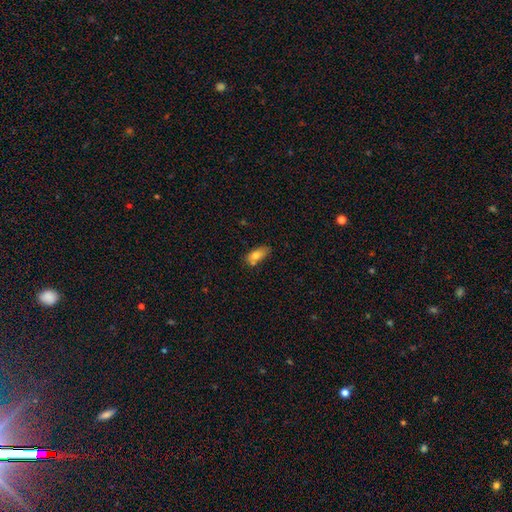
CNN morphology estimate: smooth-or-featured: smooth: 76% | featured or disk: 16% | star or artifact: 9%
  how-rounded: in between: 84% | cigar-shaped: 10% | round: 5%
  merging: none: 57% | minor disturbance: 21% | merger: 17% | major disturbance: 5%